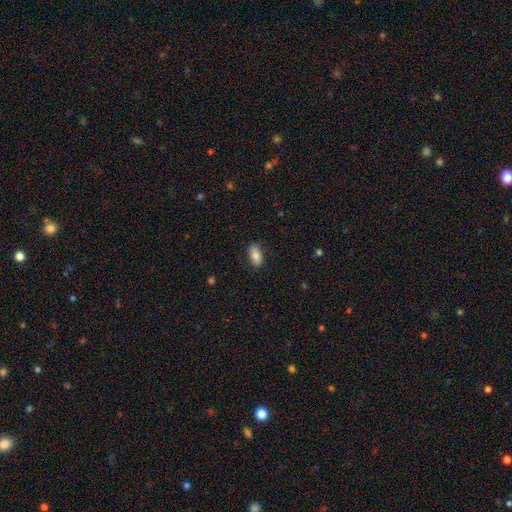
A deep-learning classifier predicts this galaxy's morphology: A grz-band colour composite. It shows a smooth galaxy with no disk features (80%) that is in between round and cigar-shaped (91%). Merging: none (84%).